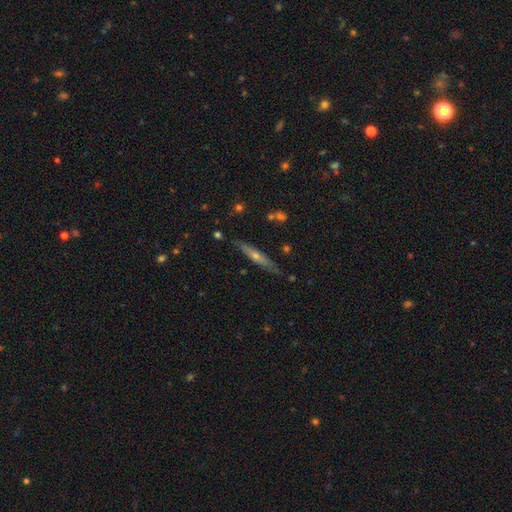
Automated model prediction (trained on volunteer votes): A featured or disk galaxy (60%) viewed edge-on (92%) with a rounded central bulge (69%). Merging: none (82%).